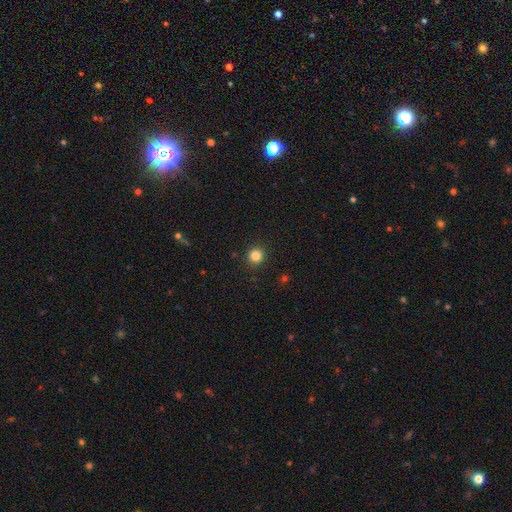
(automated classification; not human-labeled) Smooth or featured?
  - smooth: 83% *
  - star or artifact: 12%
  - featured or disk: 4%
How rounded?
  - round: 94% *
  - in between: 5%
  - cigar-shaped: 1%
Merging?
  - none: 92% *
  - minor disturbance: 5%
  - major disturbance: 2%
  - merger: 1%